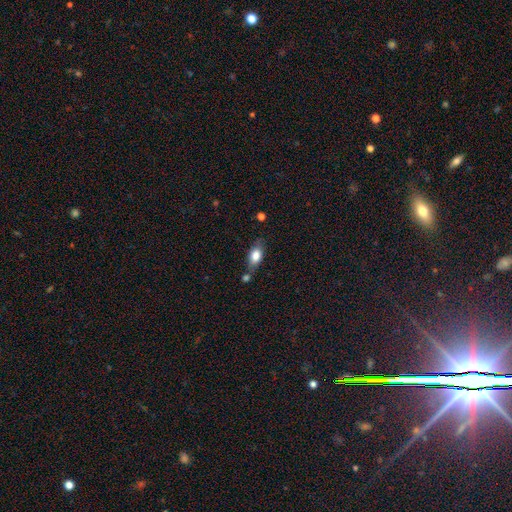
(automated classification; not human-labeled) Smooth or featured?
  - smooth: 78% *
  - featured or disk: 14%
  - star or artifact: 8%
How rounded?
  - in between: 85% *
  - cigar-shaped: 8%
  - round: 7%
Merging?
  - none: 64% *
  - minor disturbance: 19%
  - merger: 12%
  - major disturbance: 5%